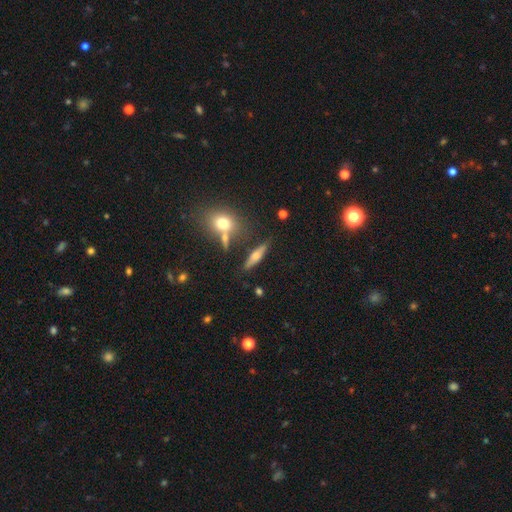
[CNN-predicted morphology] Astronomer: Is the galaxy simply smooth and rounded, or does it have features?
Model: smooth — 45%, tied with featured or disk at 45%.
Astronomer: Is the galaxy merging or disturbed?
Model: none — 75%.